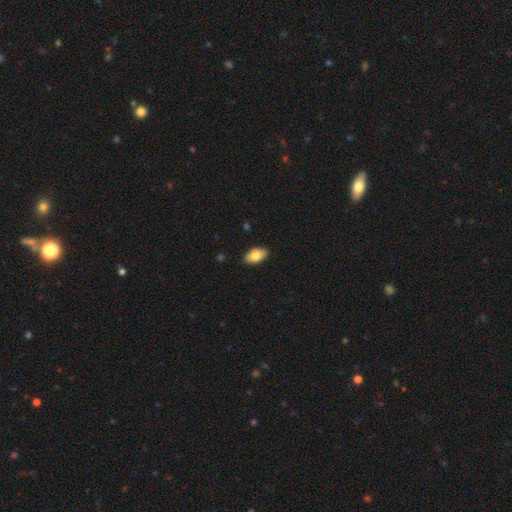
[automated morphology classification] Overall: smooth (79%). How rounded: in between (93%). Merging: none (85%).